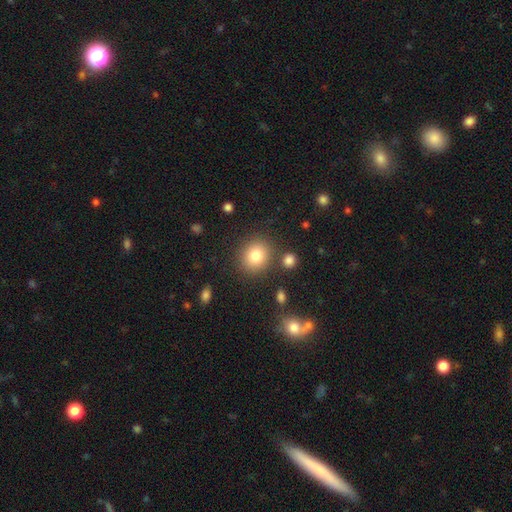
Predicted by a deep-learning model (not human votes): smooth 81%, star or artifact 11%, featured or disk 8%. Down the decision tree: how rounded — round (76%); merging — none (83%).